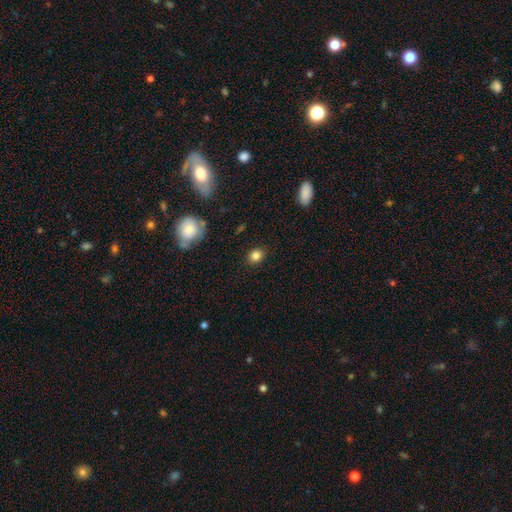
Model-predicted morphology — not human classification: This appears to be a smooth galaxy with no disk features (83%) that is round (59%). Merging: none (88%).